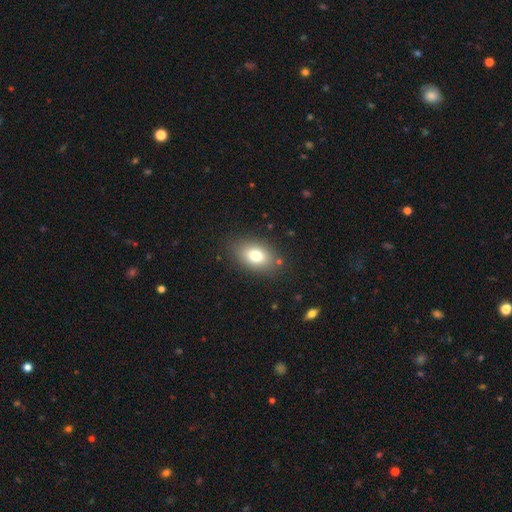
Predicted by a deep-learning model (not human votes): Q: Smooth or featured?
A: smooth (77%); runner-up: featured or disk (13%)
Q: How rounded?
A: in between (84%); runner-up: round (14%)
Q: Merging?
A: none (83%); runner-up: minor disturbance (11%)